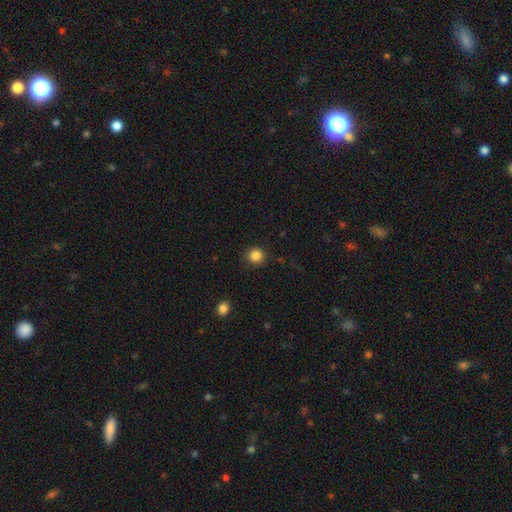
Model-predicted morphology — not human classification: type=smooth (85%); roundness=round (92%); merging=none (89%).